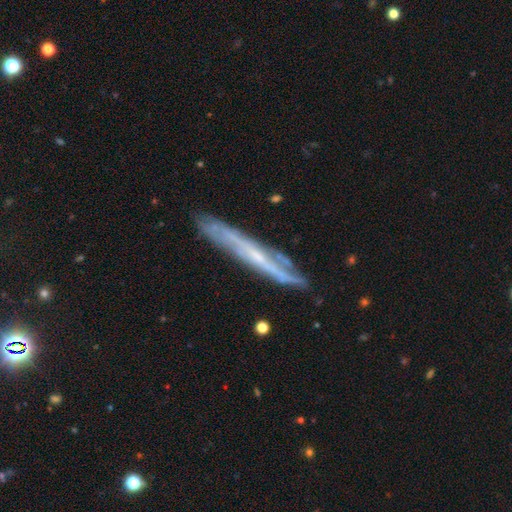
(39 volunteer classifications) Volunteers were most divided on "merging": none: 69%, minor disturbance: 31%, major disturbance: 0%, merger: 0%. More confident: edge-on disk — yes (82%); smooth or featured — featured or disk (72%); edge-on bulge — none (70%).